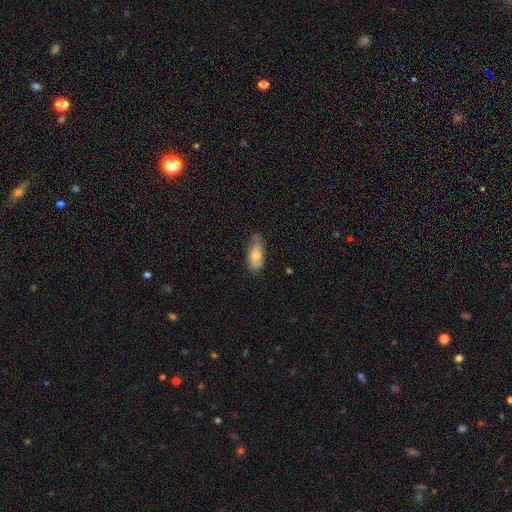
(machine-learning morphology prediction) Smooth or featured: smooth — 75% (featured or disk — 19%)
How rounded: in between — 85% (cigar-shaped — 13%)
Merging: none — 65% (minor disturbance — 28%)